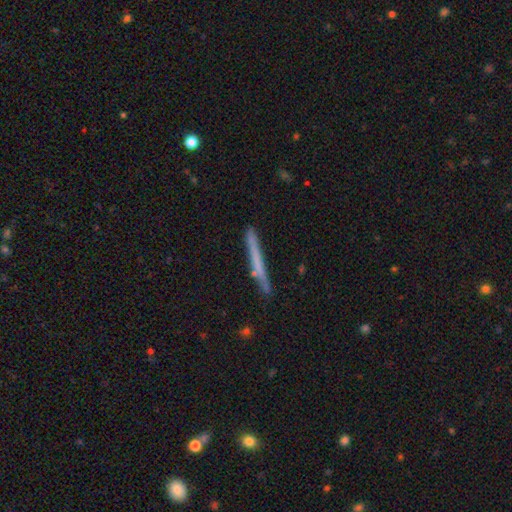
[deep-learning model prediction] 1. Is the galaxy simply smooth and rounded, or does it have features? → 54% smooth, 39% featured or disk, 7% star or artifact.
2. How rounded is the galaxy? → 97% cigar-shaped, 2% in between, 1% round.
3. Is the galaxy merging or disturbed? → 85% none, 11% minor disturbance, 2% major disturbance, 2% merger.